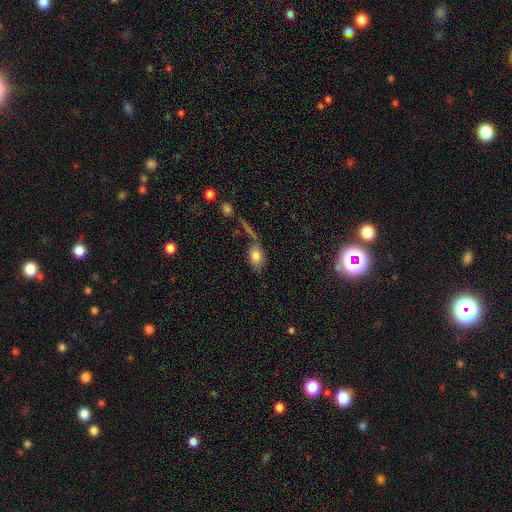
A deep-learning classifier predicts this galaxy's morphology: type=smooth (79%); roundness=in between (85%); merging=none (50%).